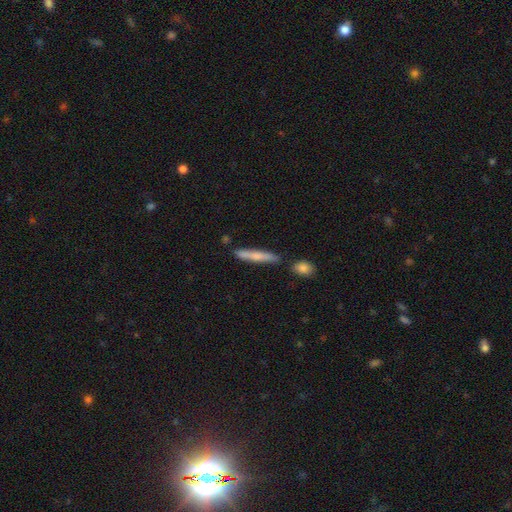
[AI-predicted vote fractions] A smooth galaxy with no disk features (67%) that is cigar-shaped (93%).

Vote fractions:
- Smooth or featured? smooth: 67% / featured or disk: 27% / star or artifact: 6%
- How rounded? cigar-shaped: 93% / in between: 6% / round: 2%
- Merging? none: 80% / minor disturbance: 12% / merger: 6% / major disturbance: 2%